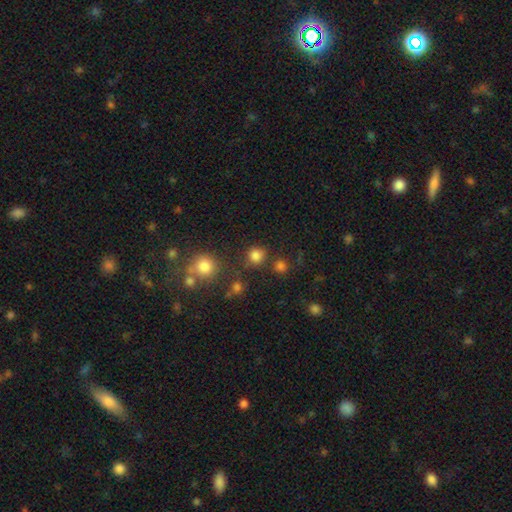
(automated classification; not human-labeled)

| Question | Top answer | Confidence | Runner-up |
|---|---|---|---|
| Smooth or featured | smooth | 80% | star or artifact (15%) |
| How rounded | round | 88% | in between (11%) |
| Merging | none | 76% | minor disturbance (11%) |